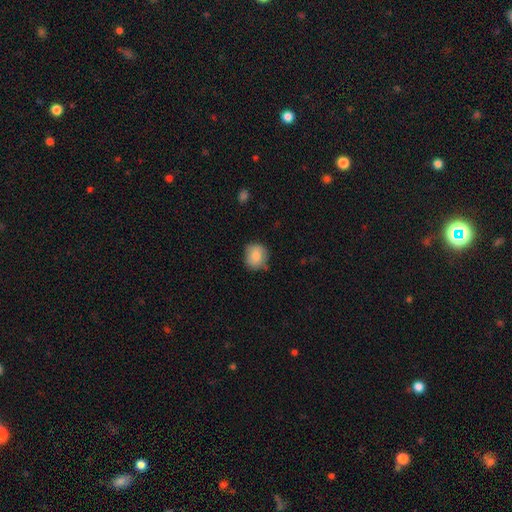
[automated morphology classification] Smooth or featured?
  - smooth: 83% *
  - featured or disk: 9%
  - star or artifact: 8%
How rounded?
  - round: 85% *
  - in between: 14%
  - cigar-shaped: 1%
Merging?
  - none: 76% *
  - minor disturbance: 19%
  - major disturbance: 3%
  - merger: 1%